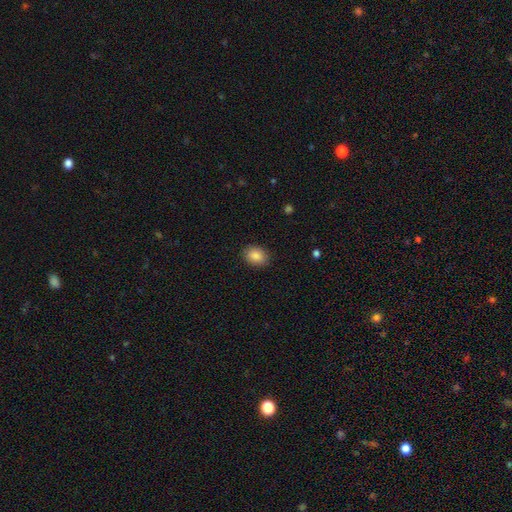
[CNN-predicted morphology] This is clearly a smooth galaxy (88%). How rounded: likely in between (62%). Merging: clearly none (88%).